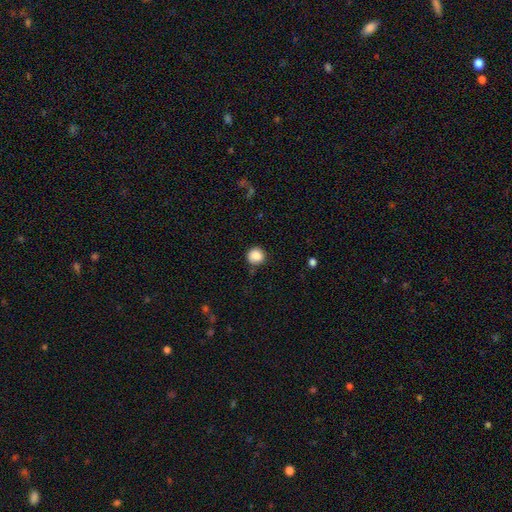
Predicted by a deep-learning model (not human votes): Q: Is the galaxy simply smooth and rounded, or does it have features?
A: smooth — 87%.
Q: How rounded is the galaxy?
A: round — 90%.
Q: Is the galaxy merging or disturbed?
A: none — 80%.